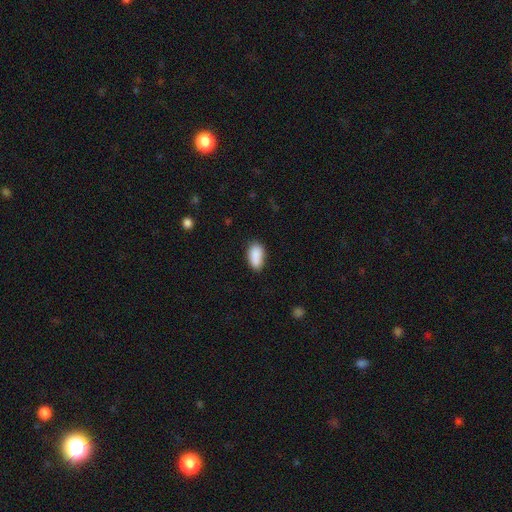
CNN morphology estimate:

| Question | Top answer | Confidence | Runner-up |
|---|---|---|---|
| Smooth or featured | smooth | 89% | star or artifact (7%) |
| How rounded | in between | 93% | round (4%) |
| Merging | none | 78% | minor disturbance (16%) |